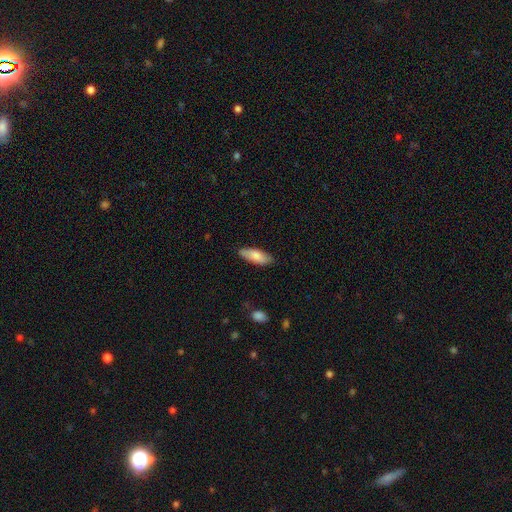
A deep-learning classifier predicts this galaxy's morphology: smooth 80%, featured or disk 15%, star or artifact 6%. Down the decision tree: how rounded — in between (68%); merging — none (83%).